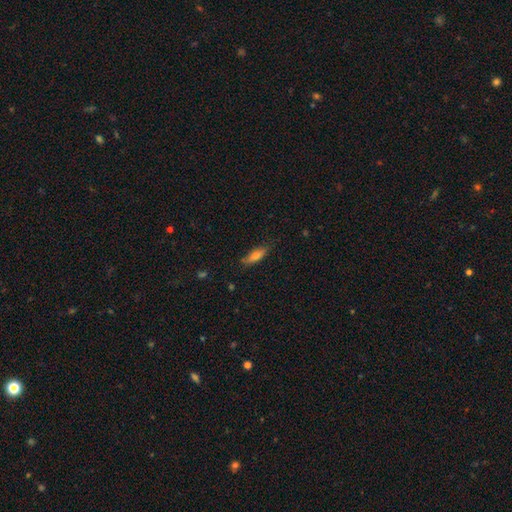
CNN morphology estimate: Smooth or featured? Predicted: smooth (p=0.72). How rounded? Predicted: in between (p=0.54). Merging? Predicted: none (p=0.78).